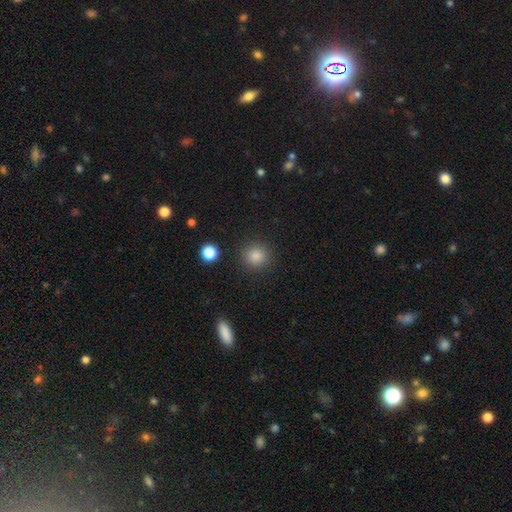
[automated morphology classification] smooth_or_featured: smooth (p=0.85) [alt: star or artifact p=0.11]
how_rounded: round (p=0.92) [alt: in between p=0.07]
merging: none (p=0.91) [alt: minor disturbance p=0.06]